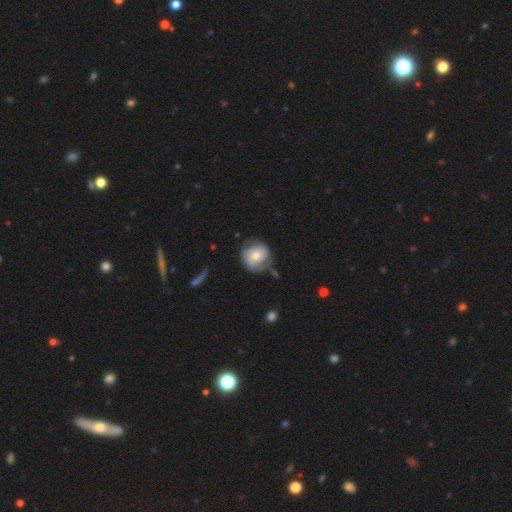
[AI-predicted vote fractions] This appears to be a smooth galaxy with no disk features (52%) that is round (85%). Merging: none (56%).